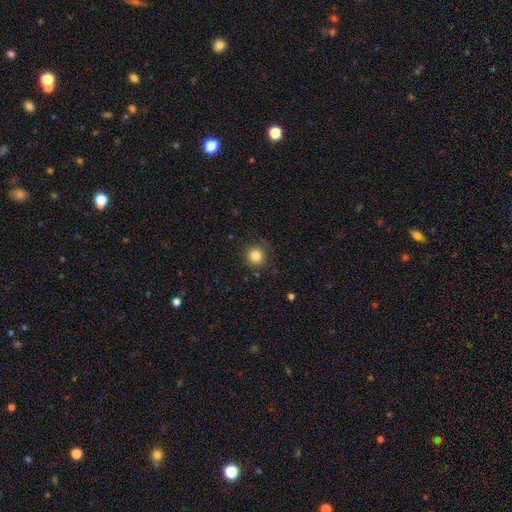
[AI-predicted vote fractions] Smooth or featured: smooth — 84% (star or artifact — 11%)
How rounded: round — 93% (in between — 6%)
Merging: none — 86% (minor disturbance — 9%)